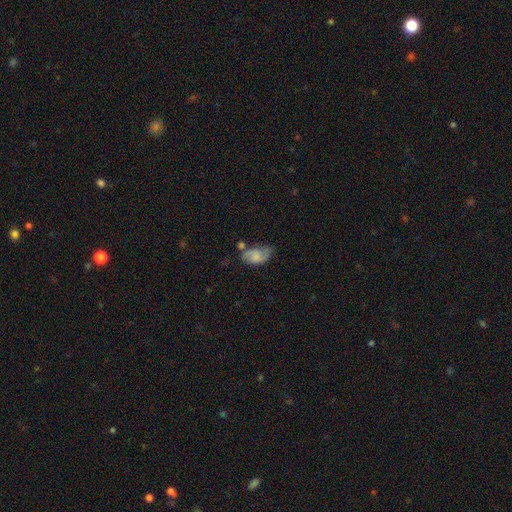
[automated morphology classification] Q: Smooth or featured?
A: smooth (64%); runner-up: featured or disk (28%)
Q: How rounded?
A: in between (92%); runner-up: round (6%)
Q: Merging?
A: none (43%); runner-up: minor disturbance (31%)